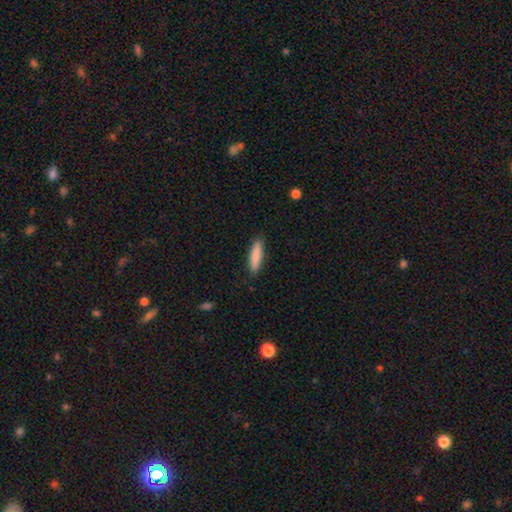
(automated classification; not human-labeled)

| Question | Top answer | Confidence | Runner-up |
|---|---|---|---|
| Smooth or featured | smooth | 86% | featured or disk (9%) |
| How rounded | cigar-shaped | 77% | in between (21%) |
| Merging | none | 88% | minor disturbance (9%) |